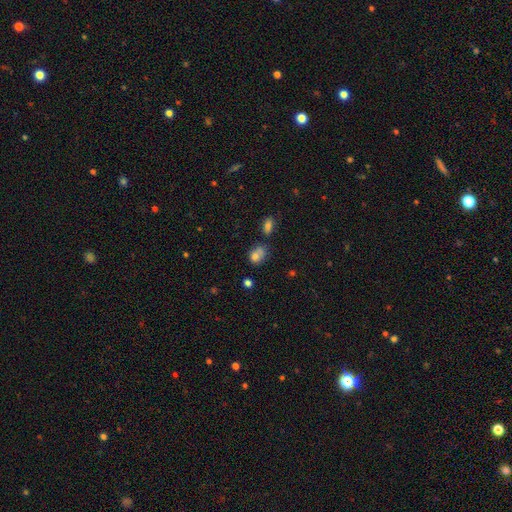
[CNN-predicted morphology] Q: Smooth or featured?
A: smooth (76%); runner-up: star or artifact (12%)
Q: How rounded?
A: in between (54%); runner-up: round (45%)
Q: Merging?
A: none (39%); runner-up: merger (29%)